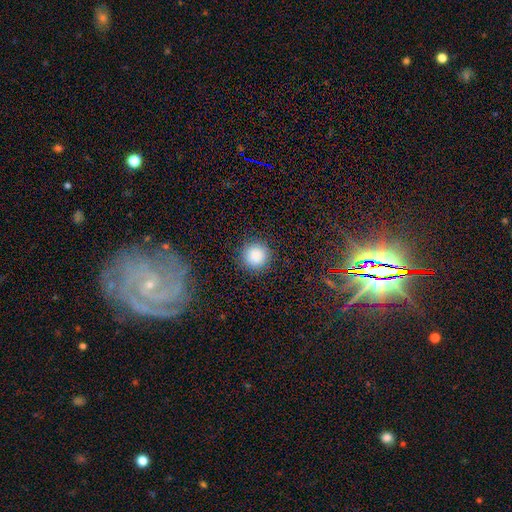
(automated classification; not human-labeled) Smooth or featured? smooth (87%)
How rounded? round (95%)
Merging? none (91%)